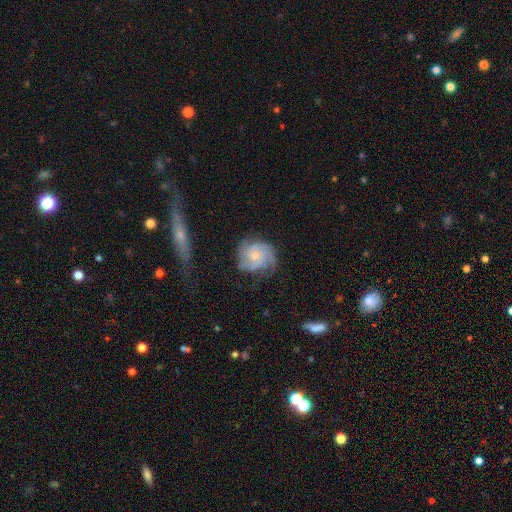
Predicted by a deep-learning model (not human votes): The model was most divided on "spiral winding": tight: 51%, medium: 39%, loose: 10%. Remaining: edge-on disk — no (98%); spiral arms — yes (96%); smooth or featured — featured or disk (81%); bar — no (75%); merging — none (69%); bulge size — small (66%); spiral arm count — 3 (43%).